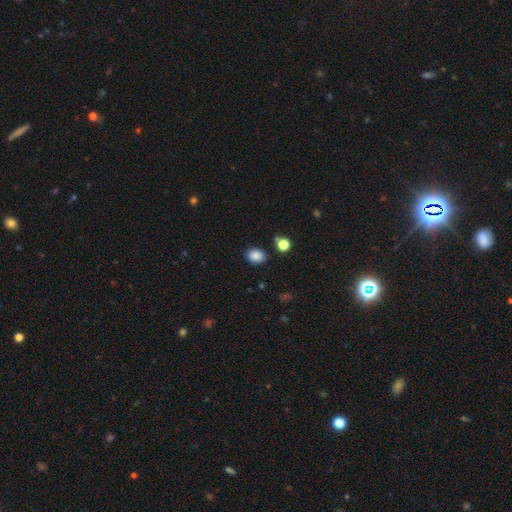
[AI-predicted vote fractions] Smooth or featured: smooth — 86% (star or artifact — 10%)
How rounded: in between — 61% (round — 38%)
Merging: none — 84% (minor disturbance — 10%)